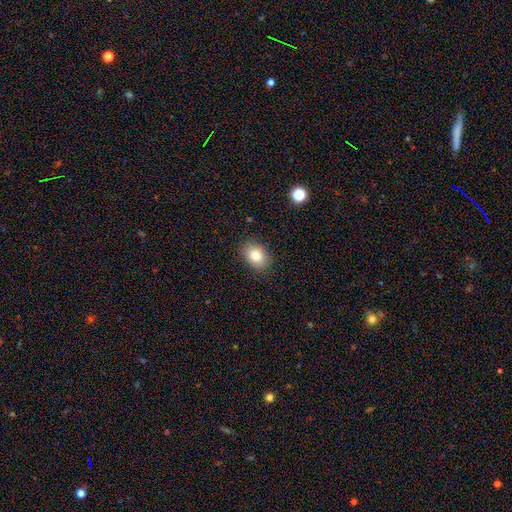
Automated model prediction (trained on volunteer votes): This is clearly a smooth galaxy (81%). How rounded: likely in between (66%). Merging: clearly none (87%).